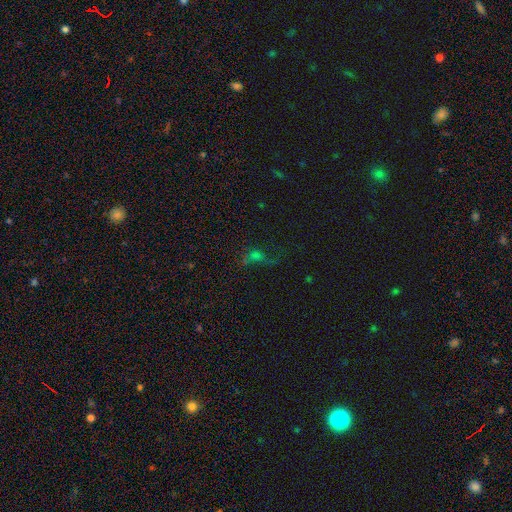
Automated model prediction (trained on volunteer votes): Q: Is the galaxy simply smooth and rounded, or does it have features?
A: star or artifact — 38%.